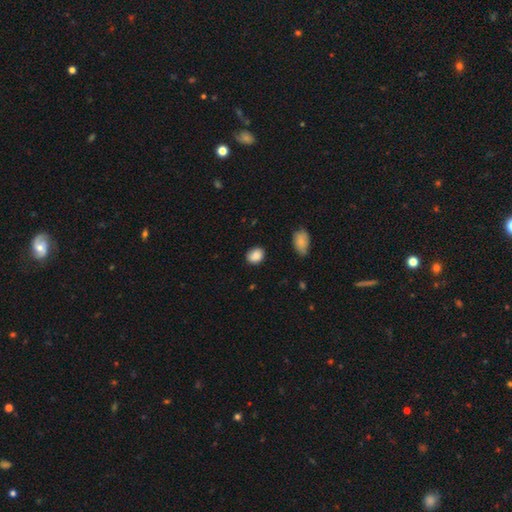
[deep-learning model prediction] smooth-or-featured: smooth: 87% | star or artifact: 8% | featured or disk: 5%
  how-rounded: in between: 58% | round: 41% | cigar-shaped: 1%
  merging: none: 79% | minor disturbance: 16% | major disturbance: 3% | merger: 2%